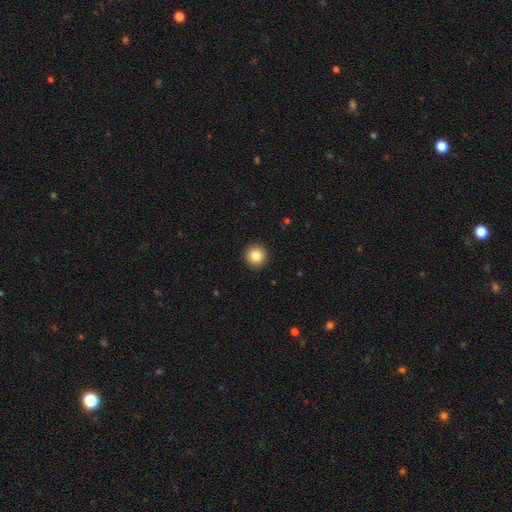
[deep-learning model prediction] smooth_or_featured: smooth (p=0.84) [alt: star or artifact p=0.09]
how_rounded: round (p=0.95) [alt: in between p=0.04]
merging: none (p=0.93) [alt: minor disturbance p=0.04]